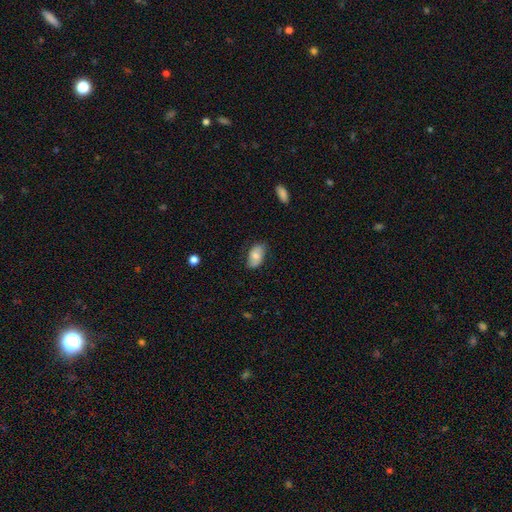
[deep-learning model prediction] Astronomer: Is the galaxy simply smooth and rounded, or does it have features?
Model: smooth — 69%.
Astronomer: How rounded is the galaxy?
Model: in between — 93%.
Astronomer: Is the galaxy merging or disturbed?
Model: none — 73%.